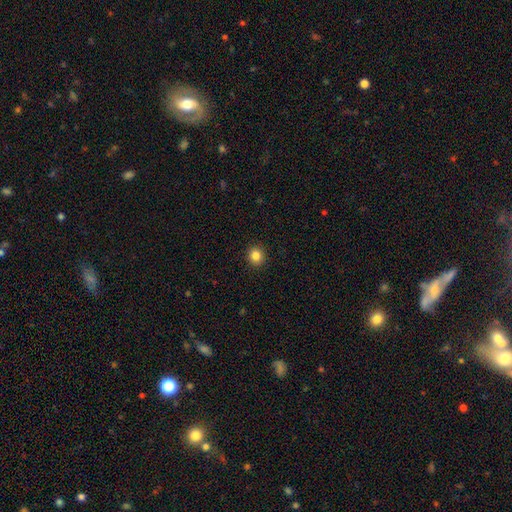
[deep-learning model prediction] smooth 84%, star or artifact 11%, featured or disk 5%. Down the decision tree: how rounded — round (87%); merging — none (92%).